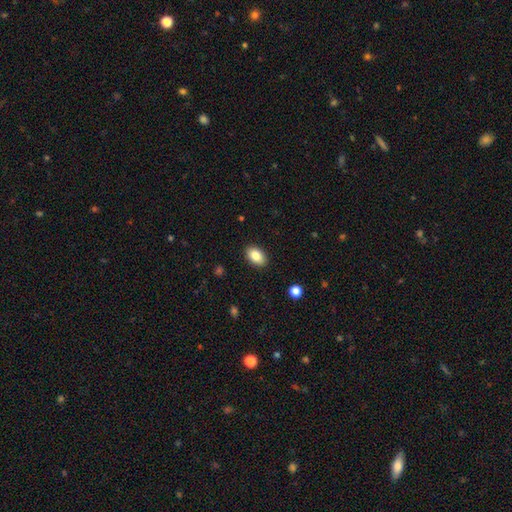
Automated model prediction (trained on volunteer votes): Smooth or featured? smooth (85%)
How rounded? in between (90%)
Merging? none (89%)